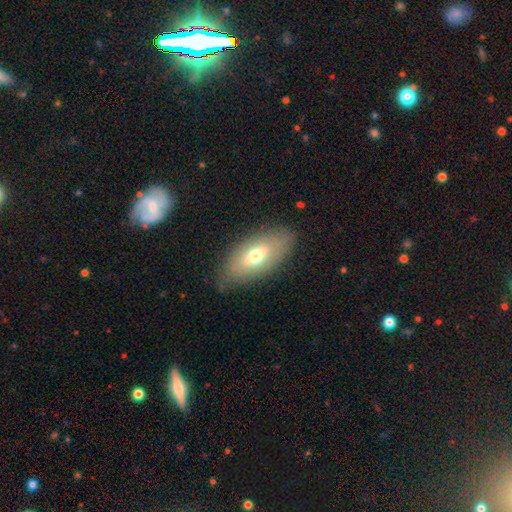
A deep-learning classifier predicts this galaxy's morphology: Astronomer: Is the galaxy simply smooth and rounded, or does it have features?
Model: smooth — 61%.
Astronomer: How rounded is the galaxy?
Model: in between — 89%.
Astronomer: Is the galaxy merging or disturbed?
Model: none — 80%.